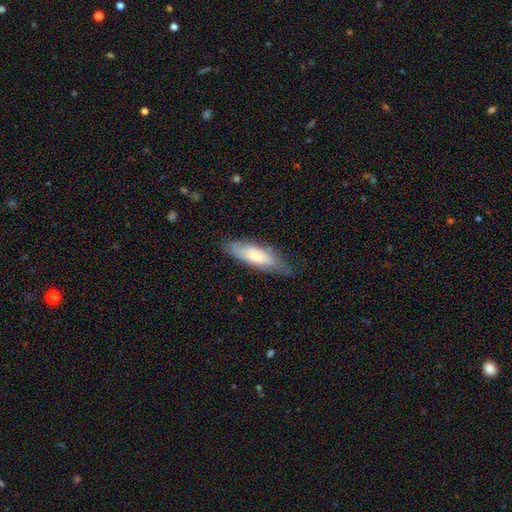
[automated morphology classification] smooth 58%, featured or disk 36%, star or artifact 6%. Down the decision tree: how rounded — in between (55%); merging — none (68%).